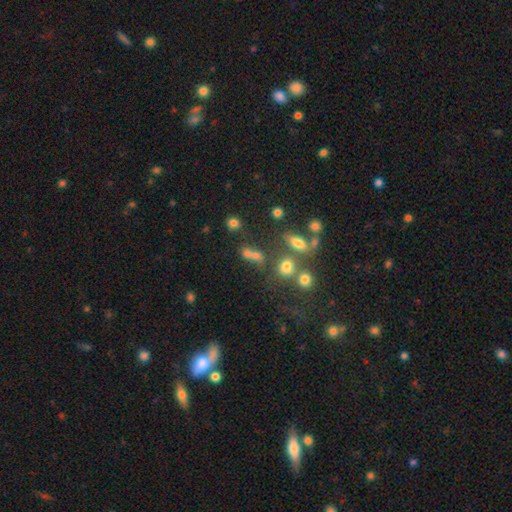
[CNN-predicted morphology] This is likely a smooth galaxy (60%). How rounded: possibly in between (51%). Merging: possibly none (49%).